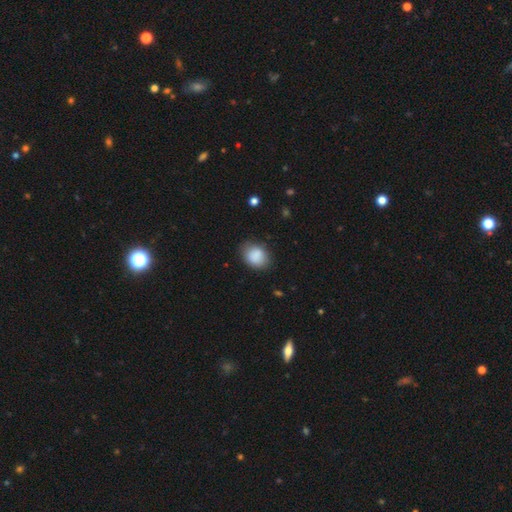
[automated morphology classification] This appears to be a smooth galaxy with no disk features (86%) that is in between round and cigar-shaped (58%). Merging: none (76%).